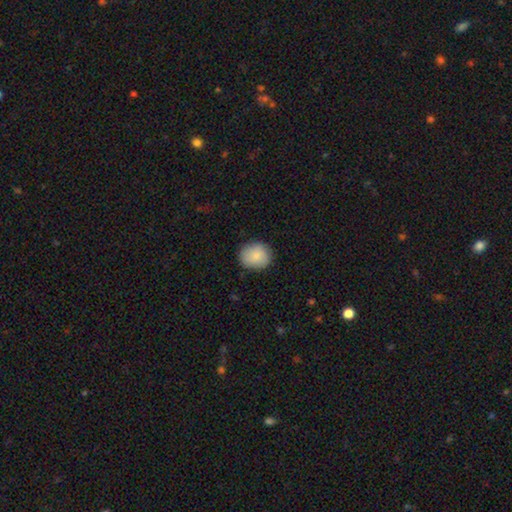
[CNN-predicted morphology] Smooth or featured? Predicted: smooth (p=0.87). How rounded? Predicted: round (p=0.73). Merging? Predicted: none (p=0.86).